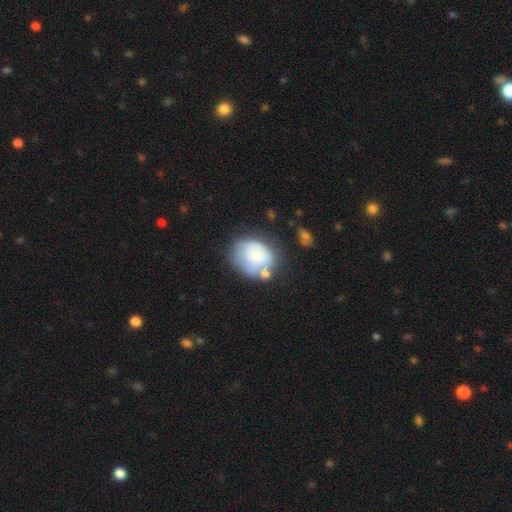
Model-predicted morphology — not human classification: Smooth or featured?
  - smooth: 61% *
  - featured or disk: 31%
  - star or artifact: 8%
How rounded?
  - in between: 53% *
  - round: 46%
  - cigar-shaped: 1%
Merging?
  - none: 43% *
  - minor disturbance: 28%
  - major disturbance: 15%
  - merger: 14%